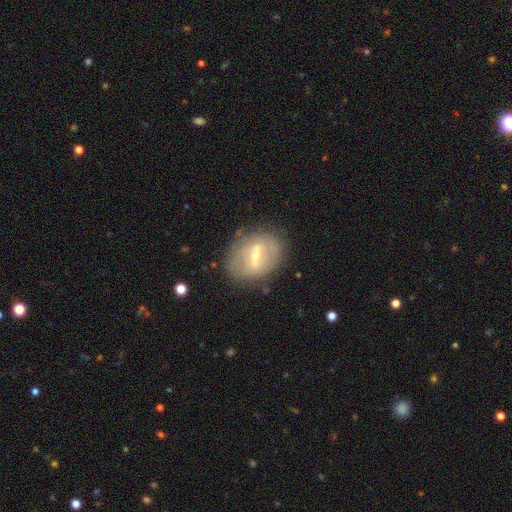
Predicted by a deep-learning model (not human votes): smooth_or_featured: featured or disk (p=0.65) [alt: smooth p=0.27]
disk_edge_on: no (p=0.92) [alt: yes p=0.08]
bar: weak (p=0.43) [alt: strong p=0.42]
has_spiral_arms: no (p=0.62) [alt: yes p=0.38]
bulge_size: small (p=0.56) [alt: moderate p=0.41]
merging: none (p=0.75) [alt: minor disturbance p=0.17]